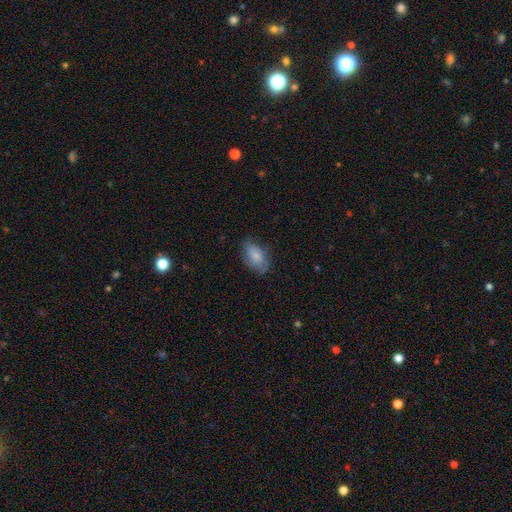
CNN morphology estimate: Overall: smooth (77%). How rounded: in between (92%). Merging: none (69%).